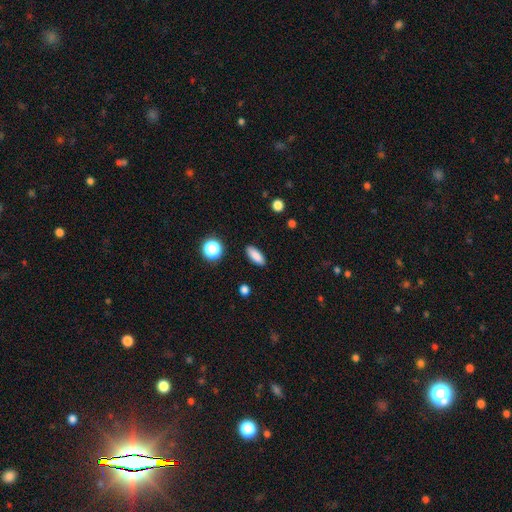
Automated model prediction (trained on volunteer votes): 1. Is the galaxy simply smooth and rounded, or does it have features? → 86% smooth, 9% star or artifact, 5% featured or disk.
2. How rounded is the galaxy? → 74% in between, 22% cigar-shaped, 4% round.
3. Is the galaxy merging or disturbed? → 89% none, 7% minor disturbance, 2% major disturbance, 1% merger.